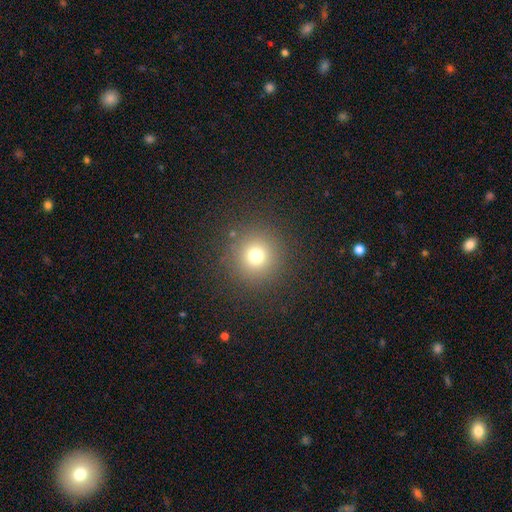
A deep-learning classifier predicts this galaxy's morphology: The model was most divided on "smooth or featured": smooth: 73%, star or artifact: 18%, featured or disk: 9%. More confident: how rounded — round (95%); merging — none (89%).